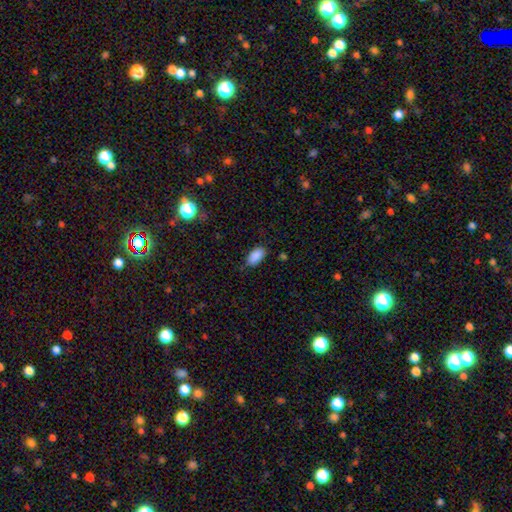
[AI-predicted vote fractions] A smooth galaxy with no disk features (88%) that is in between round and cigar-shaped (94%).

Vote fractions:
- Smooth or featured? smooth: 88% / star or artifact: 8% / featured or disk: 3%
- How rounded? in between: 94% / round: 4% / cigar-shaped: 3%
- Merging? none: 80% / minor disturbance: 15% / major disturbance: 3% / merger: 1%